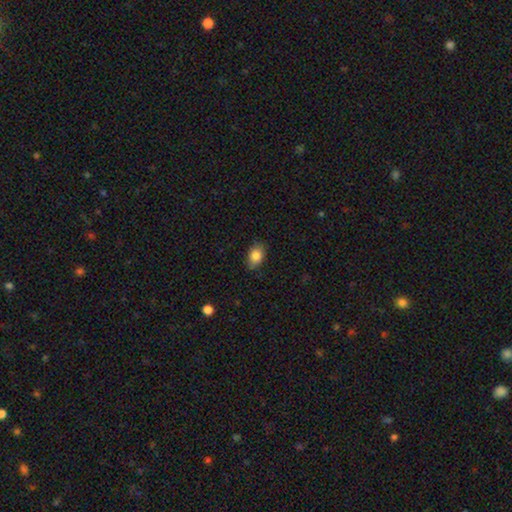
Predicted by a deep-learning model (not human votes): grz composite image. It shows a smooth galaxy with no disk features (84%) that is in between round and cigar-shaped (84%). Merging: none (83%).